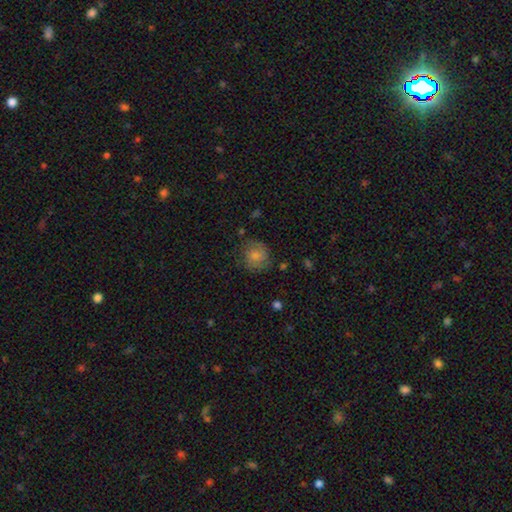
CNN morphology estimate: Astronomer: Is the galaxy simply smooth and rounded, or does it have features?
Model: smooth — 65%.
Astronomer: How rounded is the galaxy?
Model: round — 84%.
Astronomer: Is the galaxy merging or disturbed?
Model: none — 70%.